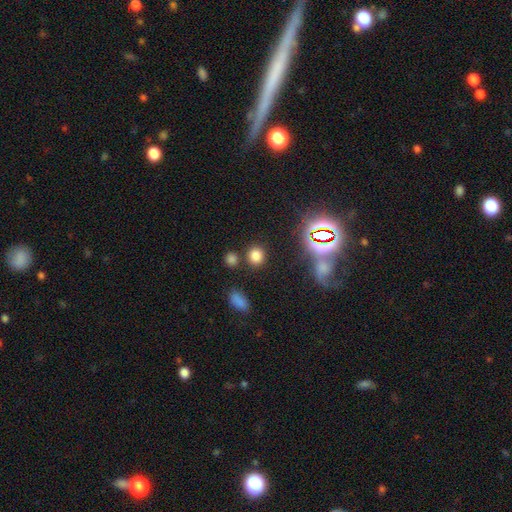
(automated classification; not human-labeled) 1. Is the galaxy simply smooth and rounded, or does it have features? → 75% smooth, 19% star or artifact, 6% featured or disk.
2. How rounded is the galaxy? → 79% round, 19% in between, 1% cigar-shaped.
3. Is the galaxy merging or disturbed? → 84% none, 7% minor disturbance, 6% merger, 3% major disturbance.